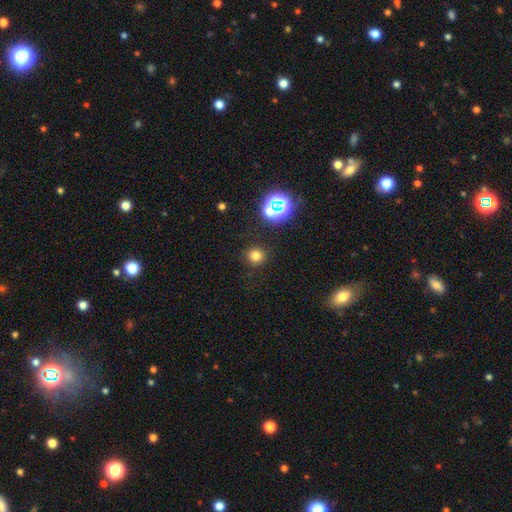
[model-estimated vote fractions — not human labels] A smooth galaxy with no disk features (75%) that is round (91%). Merging: none (88%).